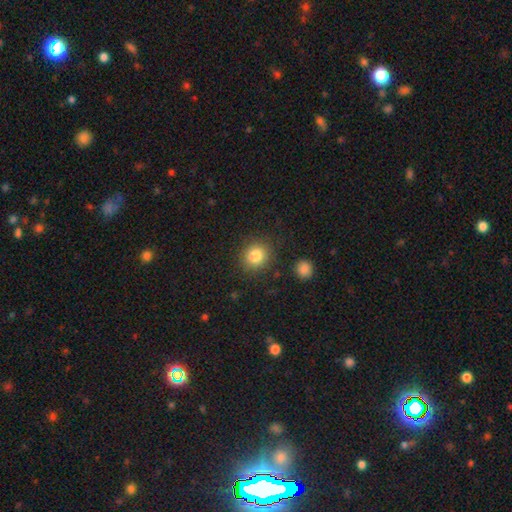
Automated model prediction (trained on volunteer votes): Smooth or featured: smooth — 83% (star or artifact — 10%)
How rounded: round — 84% (in between — 15%)
Merging: none — 86% (minor disturbance — 8%)